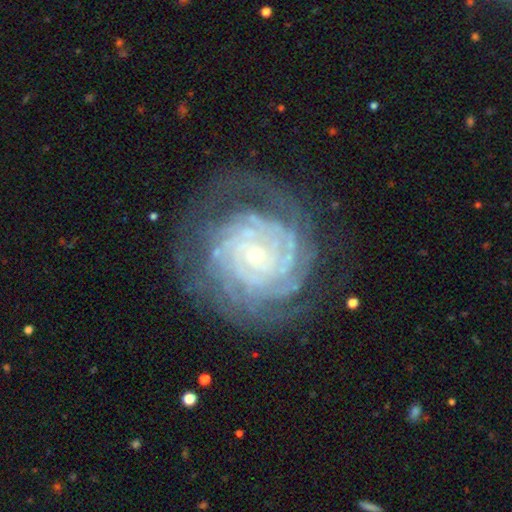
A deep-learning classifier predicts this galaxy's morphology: Overall: featured or disk (88%). Edge-on disk: no (98%). Bar: no (73%). Spiral arms: yes (97%). Spiral arm count: can't tell (31%; 4 19%). Spiral winding: tight (83%). Bulge size: small (77%). Merging: none (72%).